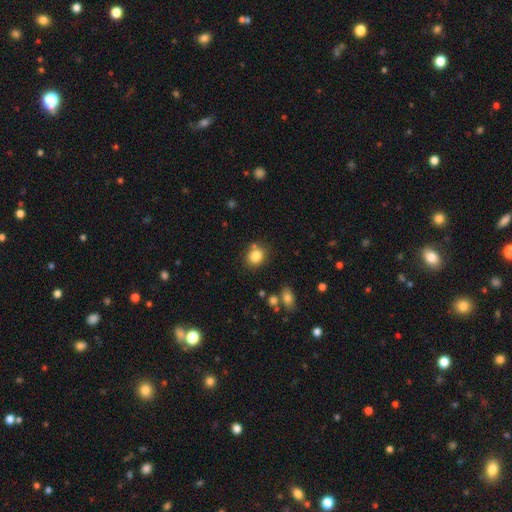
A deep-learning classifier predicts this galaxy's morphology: Smooth or featured: smooth — 84% (star or artifact — 10%)
How rounded: round — 64% (in between — 35%)
Merging: none — 73% (minor disturbance — 13%)